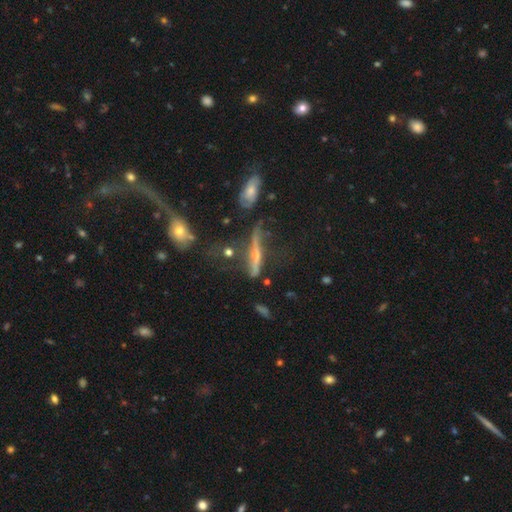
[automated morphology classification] featured or disk 61%, smooth 25%, star or artifact 14%. Down the decision tree: edge-on disk — yes (79%); merging — none (48%).